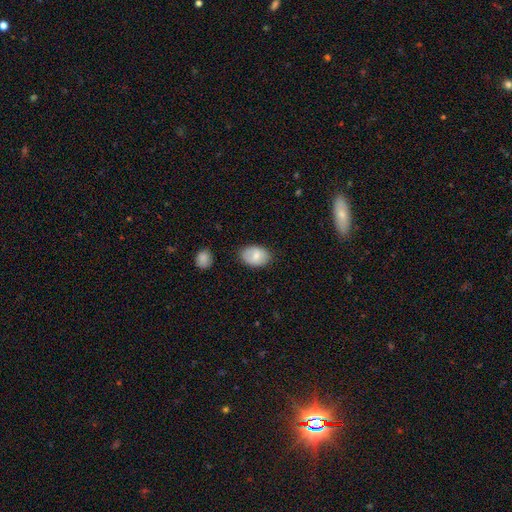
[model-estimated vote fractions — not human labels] Q: Smooth or featured?
A: smooth (75%); runner-up: featured or disk (18%)
Q: How rounded?
A: in between (83%); runner-up: round (16%)
Q: Merging?
A: none (79%); runner-up: minor disturbance (16%)